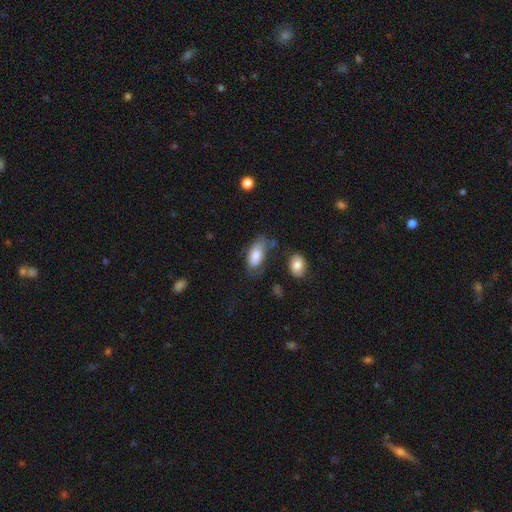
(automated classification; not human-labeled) The model was most divided on "merging": none: 46%, minor disturbance: 33%, major disturbance: 16%, merger: 6%. More confident: how rounded — in between (92%); smooth or featured — smooth (80%).